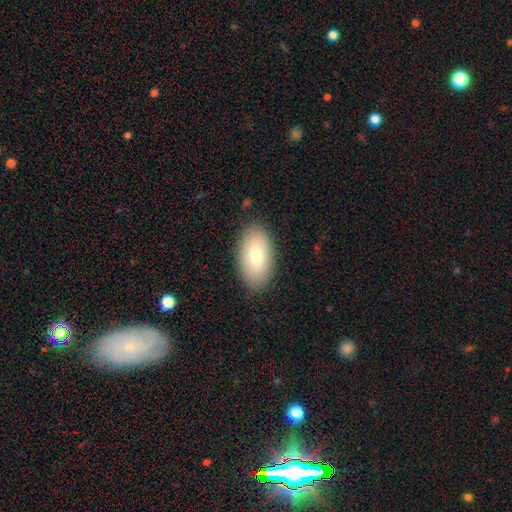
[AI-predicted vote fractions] The model was most divided on "smooth or featured": smooth: 74%, featured or disk: 20%, star or artifact: 7%. More confident: how rounded — in between (94%); merging — none (88%).